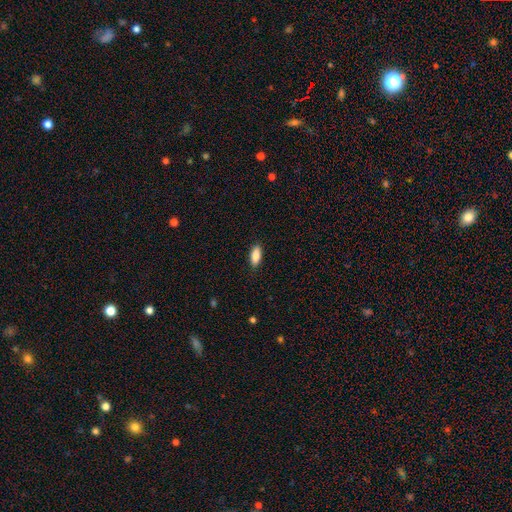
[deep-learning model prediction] Smooth or featured? Predicted: smooth (p=0.88). How rounded? Predicted: in between (p=0.78). Merging? Predicted: none (p=0.88).